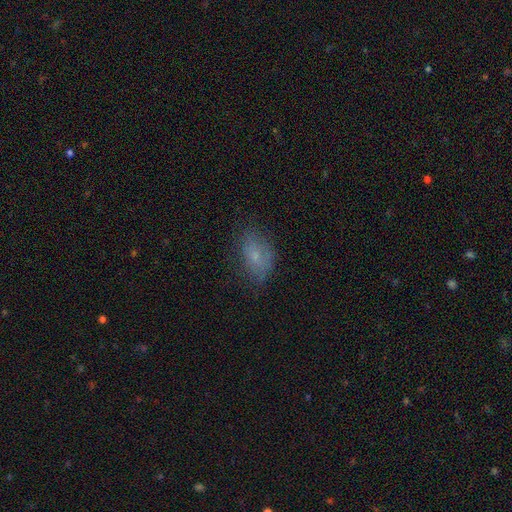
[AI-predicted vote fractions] A smooth galaxy with no disk features (66%) that is in between round and cigar-shaped (85%). Merging: none (65%).